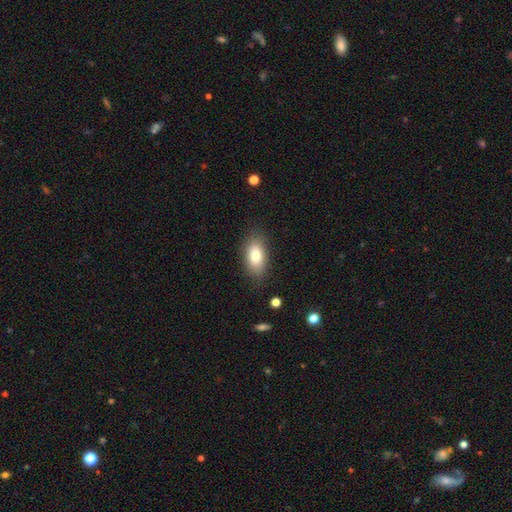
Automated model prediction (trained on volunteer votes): The model was most divided on "smooth or featured": smooth: 79%, featured or disk: 13%, star or artifact: 8%. More confident: how rounded — in between (89%); merging — none (83%).